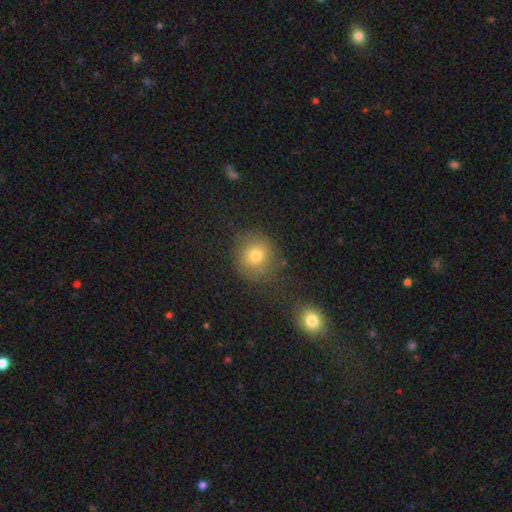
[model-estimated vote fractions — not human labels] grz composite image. It shows a smooth galaxy with no disk features (74%) that is round (88%). Merging: none (76%).